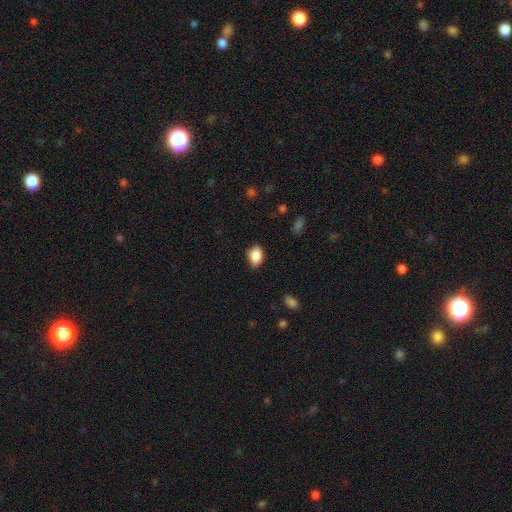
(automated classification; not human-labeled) Smooth or featured: smooth — 88% (star or artifact — 8%)
How rounded: in between — 84% (round — 14%)
Merging: none — 80% (minor disturbance — 16%)